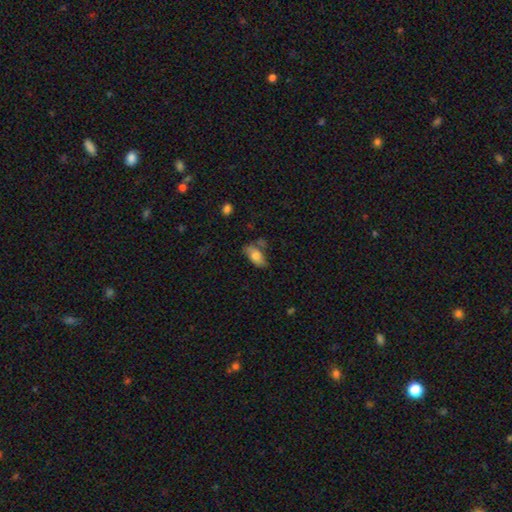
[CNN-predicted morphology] A smooth galaxy with no disk features (71%) that is in between round and cigar-shaped (89%).

Vote fractions:
- Smooth or featured? smooth: 71% / featured or disk: 22% / star or artifact: 8%
- How rounded? in between: 89% / cigar-shaped: 7% / round: 4%
- Merging? none: 51% / minor disturbance: 28% / major disturbance: 11% / merger: 10%